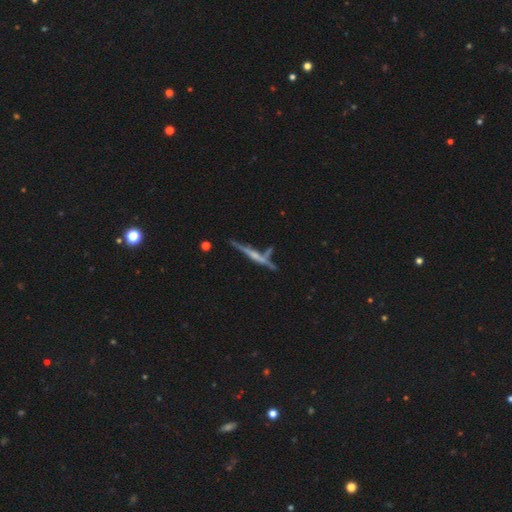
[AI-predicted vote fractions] Smooth or featured: featured or disk — 70% (smooth — 23%)
Edge-on disk: yes — 96% (no — 4%)
Edge-on bulge: rounded — 54% (none — 33%)
Merging: none — 69% (minor disturbance — 14%)